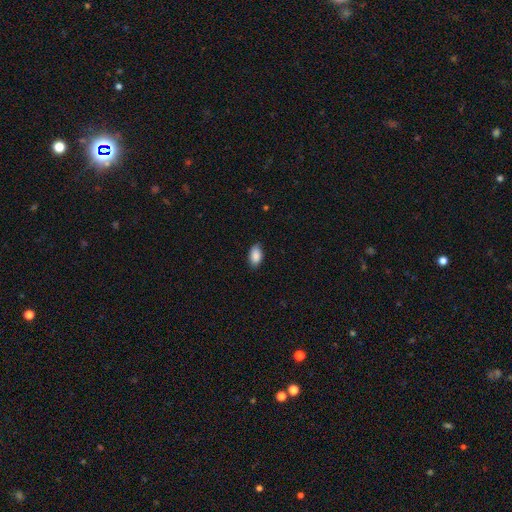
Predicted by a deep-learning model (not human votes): Q: Smooth or featured?
A: smooth (88%); runner-up: star or artifact (7%)
Q: How rounded?
A: in between (93%); runner-up: round (4%)
Q: Merging?
A: none (84%); runner-up: minor disturbance (13%)